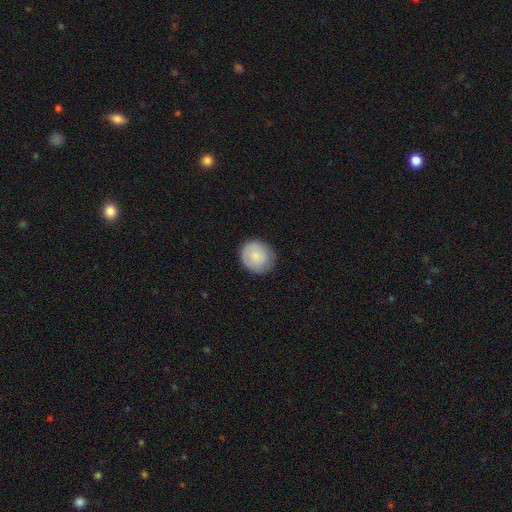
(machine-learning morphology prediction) A smooth galaxy with no disk features (83%) that is round (83%). Merging: none (83%).